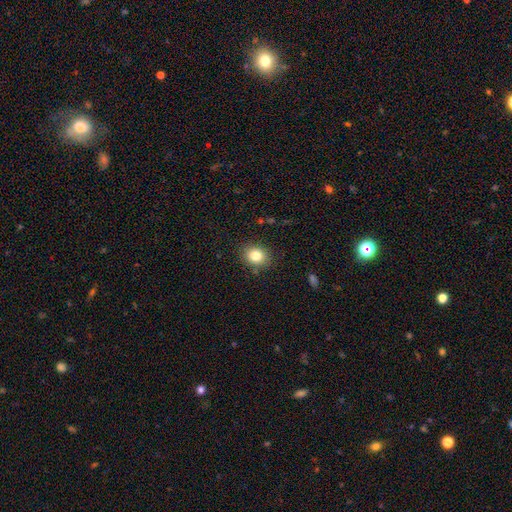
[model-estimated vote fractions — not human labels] A smooth galaxy with no disk features (82%) that is round (60%).

Vote fractions:
- Smooth or featured? smooth: 82% / star or artifact: 11% / featured or disk: 7%
- How rounded? round: 60% / in between: 39% / cigar-shaped: 1%
- Merging? none: 87% / minor disturbance: 9% / major disturbance: 3% / merger: 2%